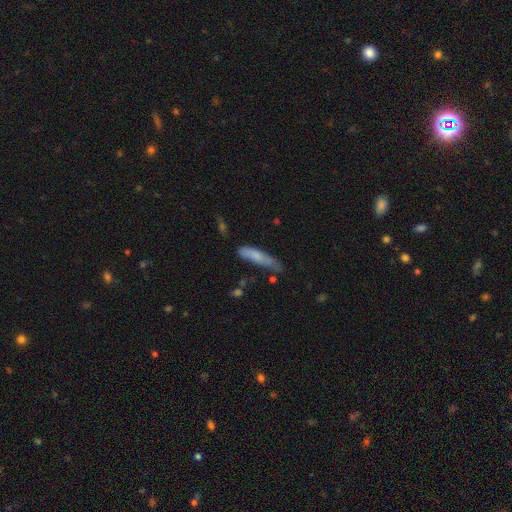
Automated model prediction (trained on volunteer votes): This is likely a smooth galaxy (74%). How rounded: likely cigar-shaped (79%). Merging: possibly none (49%).